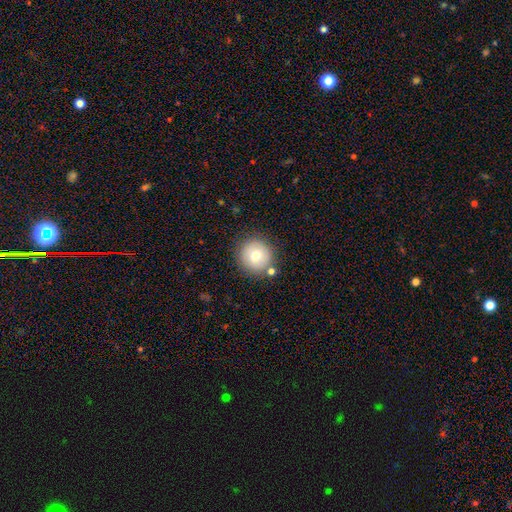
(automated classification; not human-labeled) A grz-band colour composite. It shows a smooth galaxy with no disk features (74%) that is round (94%). Merging: none (81%).